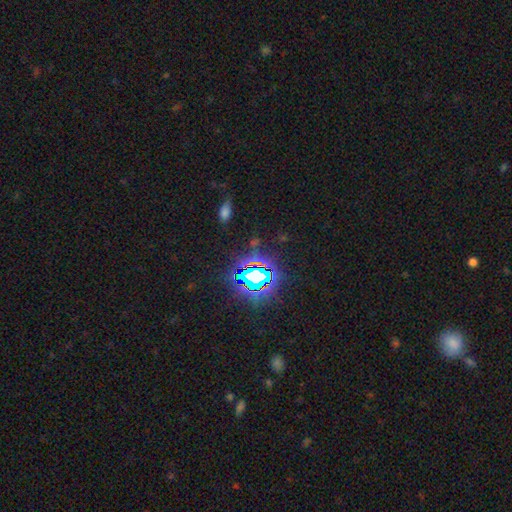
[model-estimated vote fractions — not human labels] Morphology: type=star or artifact (81%).